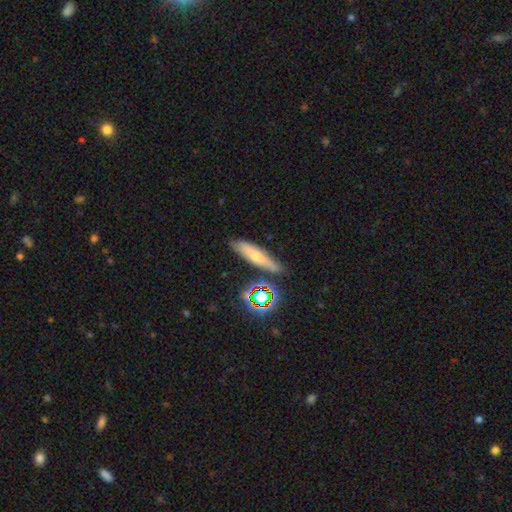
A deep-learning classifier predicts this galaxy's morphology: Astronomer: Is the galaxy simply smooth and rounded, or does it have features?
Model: smooth — 52% (runner-up: featured or disk, 30%).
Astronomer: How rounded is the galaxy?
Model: cigar-shaped — 64%.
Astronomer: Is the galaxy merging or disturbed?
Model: none — 78%.